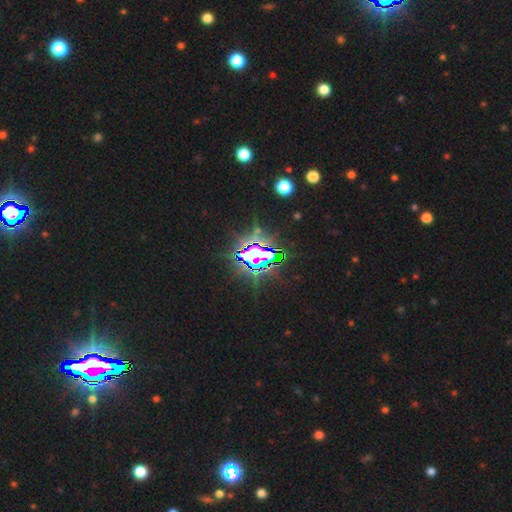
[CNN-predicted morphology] A star or artifact, not a galaxy (80%).

Vote fractions:
- Smooth or featured? star or artifact: 80% / featured or disk: 11% / smooth: 10%